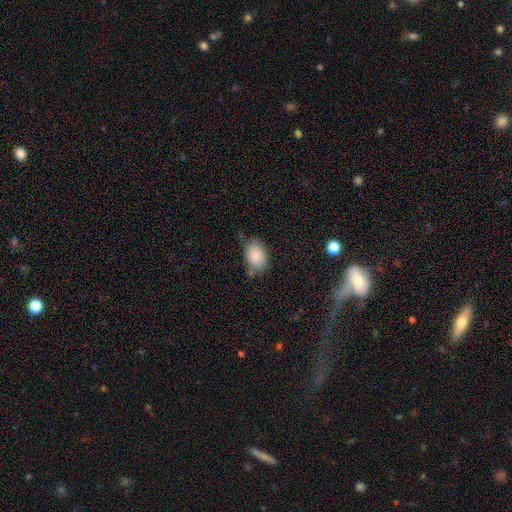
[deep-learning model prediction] This appears to be a smooth galaxy with no disk features (84%) that is in between round and cigar-shaped (81%). Merging: none (68%).